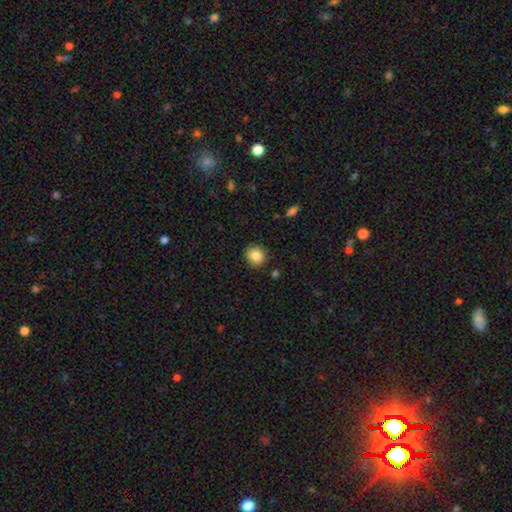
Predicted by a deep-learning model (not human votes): smooth-or-featured: smooth: 86% | star or artifact: 9% | featured or disk: 5%
  how-rounded: round: 85% | in between: 14% | cigar-shaped: 1%
  merging: none: 88% | minor disturbance: 8% | major disturbance: 2% | merger: 1%